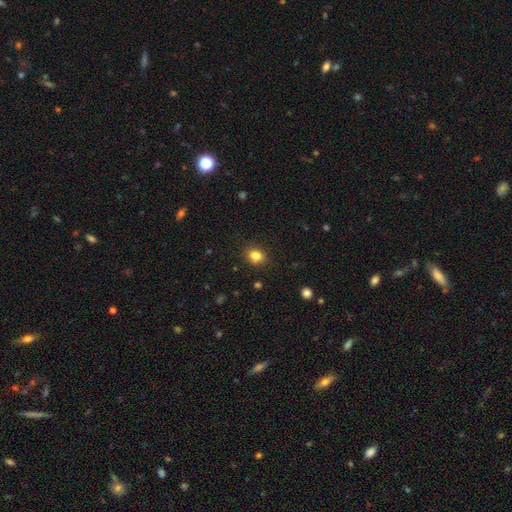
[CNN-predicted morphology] Overall: smooth (82%). How rounded: round (55%; in between 44%). Merging: none (85%).